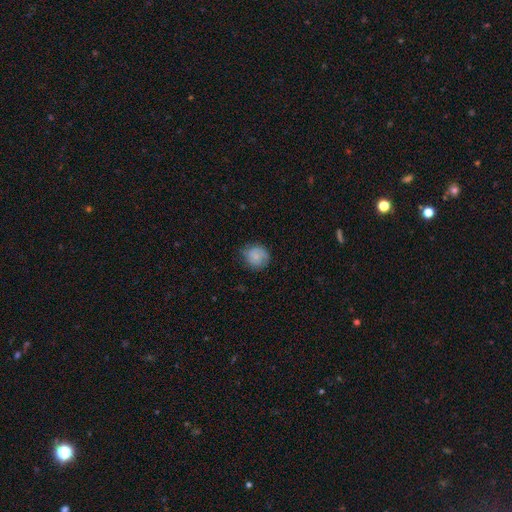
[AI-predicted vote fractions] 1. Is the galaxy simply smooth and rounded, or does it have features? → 62% smooth, 30% featured or disk, 8% star or artifact.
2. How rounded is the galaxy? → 84% round, 15% in between, 1% cigar-shaped.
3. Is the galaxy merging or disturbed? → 70% none, 22% minor disturbance, 6% major disturbance, 1% merger.